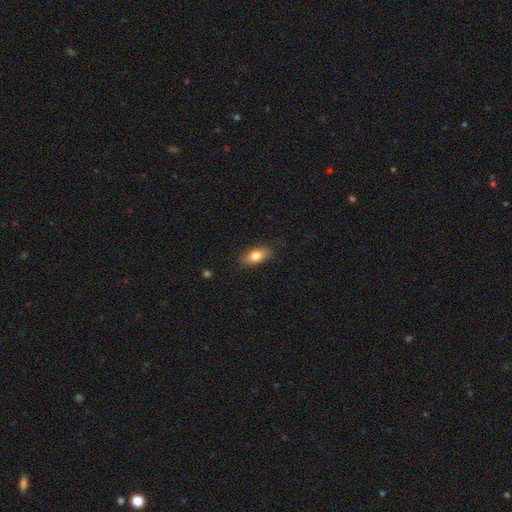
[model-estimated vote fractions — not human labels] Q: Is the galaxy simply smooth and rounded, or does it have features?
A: smooth — 80%.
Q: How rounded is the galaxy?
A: in between — 87%.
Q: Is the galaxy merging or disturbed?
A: none — 82%.